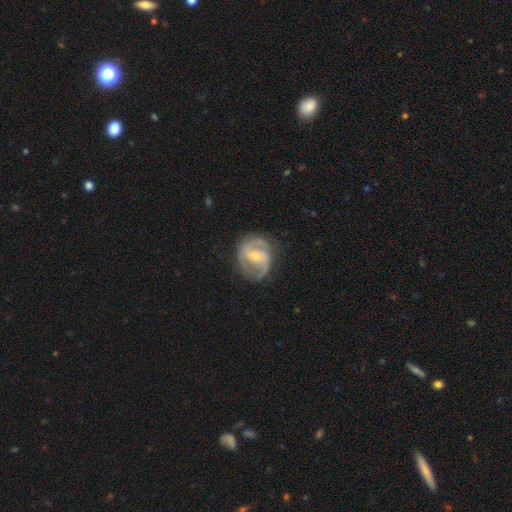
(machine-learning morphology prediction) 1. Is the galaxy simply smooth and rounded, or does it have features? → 86% featured or disk, 9% smooth, 5% star or artifact.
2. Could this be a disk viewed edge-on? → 98% no, 2% yes.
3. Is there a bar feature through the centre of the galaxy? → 46% weak, 29% no, 25% strong.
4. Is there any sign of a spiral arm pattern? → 95% yes, 5% no.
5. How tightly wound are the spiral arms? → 54% medium, 31% tight, 15% loose.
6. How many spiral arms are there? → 85% 2, 5% can't tell, 5% 3, 2% 1, 1% 4, 1% more than 4.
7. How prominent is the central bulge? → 51% small, 45% moderate, 2% large, 1% none, 1% dominant.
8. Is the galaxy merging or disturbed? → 75% none, 16% minor disturbance, 7% major disturbance, 1% merger.